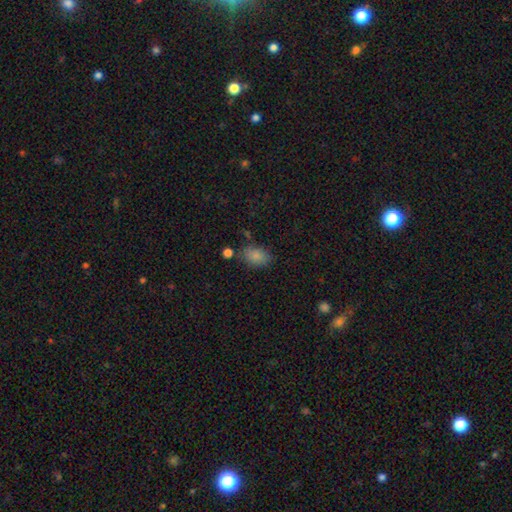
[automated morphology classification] A smooth galaxy with no disk features (85%) that is in between round and cigar-shaped (85%). Merging: none (72%).